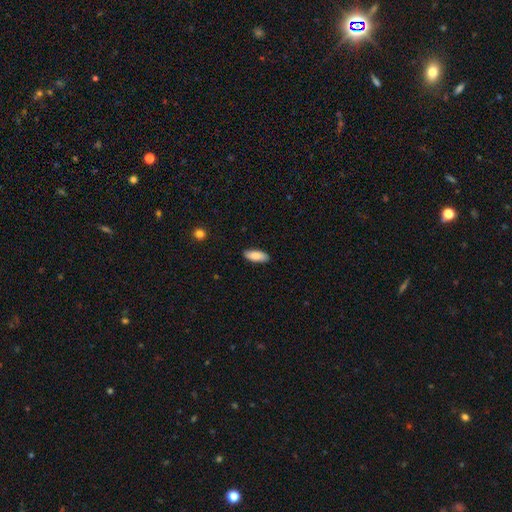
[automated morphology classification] smooth-or-featured: smooth: 87% | featured or disk: 7% | star or artifact: 6%
  how-rounded: in between: 78% | cigar-shaped: 20% | round: 2%
  merging: none: 88% | minor disturbance: 9% | major disturbance: 2% | merger: 1%